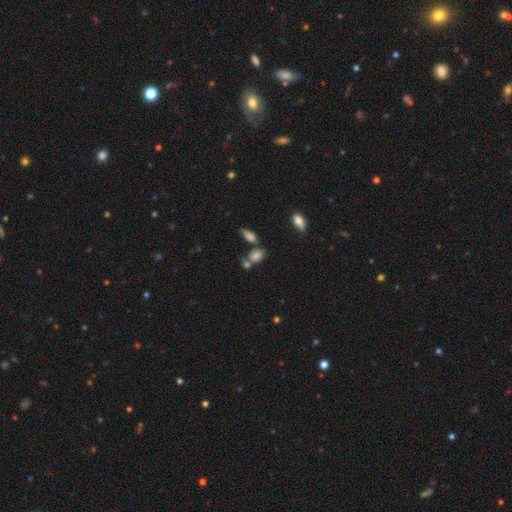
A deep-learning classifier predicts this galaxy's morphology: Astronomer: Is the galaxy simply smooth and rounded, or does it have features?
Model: smooth — 77%.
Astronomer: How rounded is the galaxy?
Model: in between — 78%.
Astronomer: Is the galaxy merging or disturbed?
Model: none — 45% (runner-up: merger, 32%).